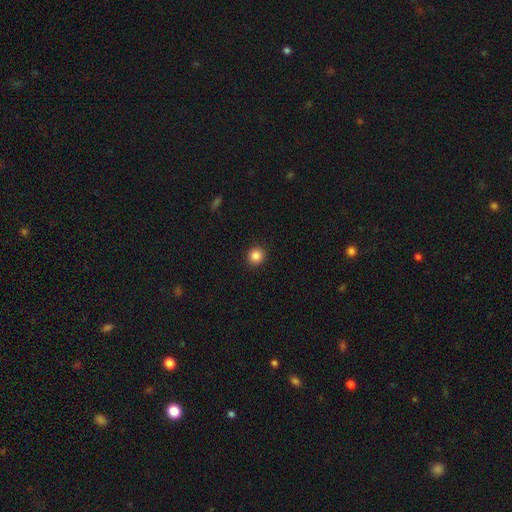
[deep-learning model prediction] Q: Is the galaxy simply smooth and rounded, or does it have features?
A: smooth — 86%.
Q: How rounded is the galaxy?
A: round — 92%.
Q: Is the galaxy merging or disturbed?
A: none — 93%.